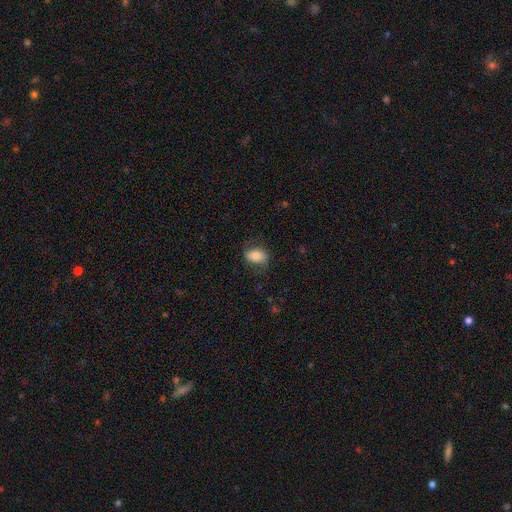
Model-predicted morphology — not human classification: This is likely a smooth galaxy (74%). How rounded: clearly in between (81%). Merging: likely none (72%).